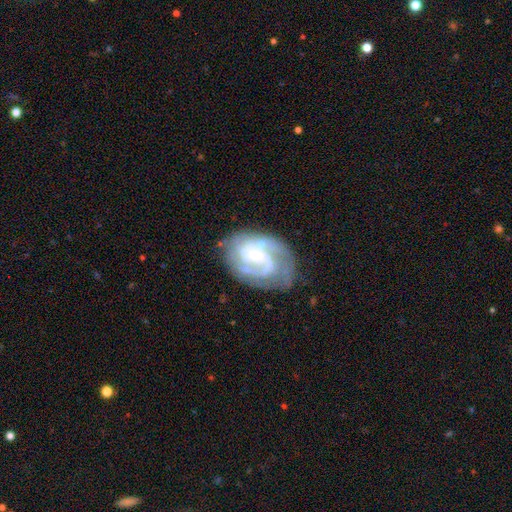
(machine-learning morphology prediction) This is clearly a featured or disk galaxy (84%). It is clearly not viewed edge-on (98%). Bar: possibly weak (47%). Spiral arm pattern: clearly yes (94%). Spiral arm count: possibly 2 (52%). Spiral winding: marginally medium (44%). Central bulge: possibly small (58%). Merging: likely none (62%).